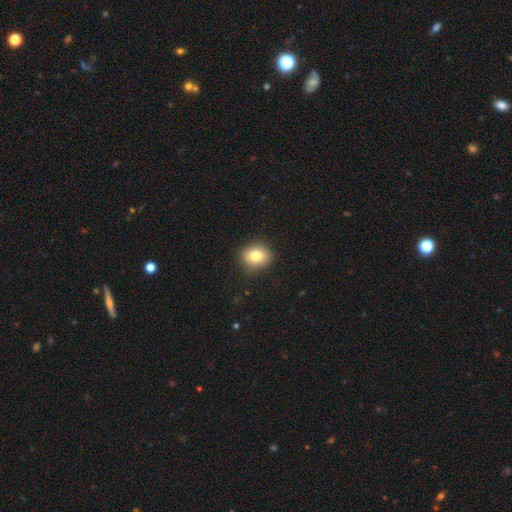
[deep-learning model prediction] Morphology: type=smooth (81%); roundness=round (68%); merging=none (88%).